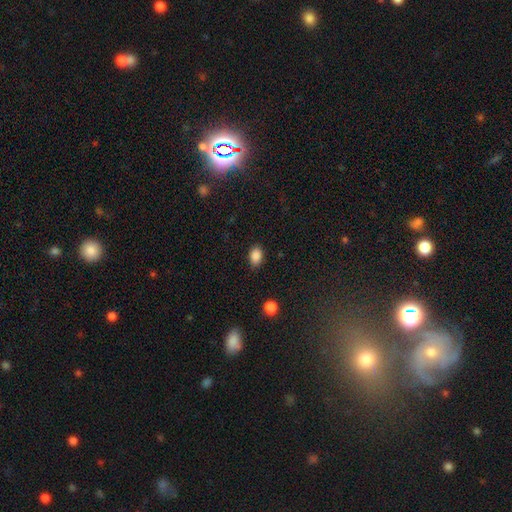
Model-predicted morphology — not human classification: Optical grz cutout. It shows a smooth galaxy with no disk features (87%) that is in between round and cigar-shaped (81%). Merging: none (84%).